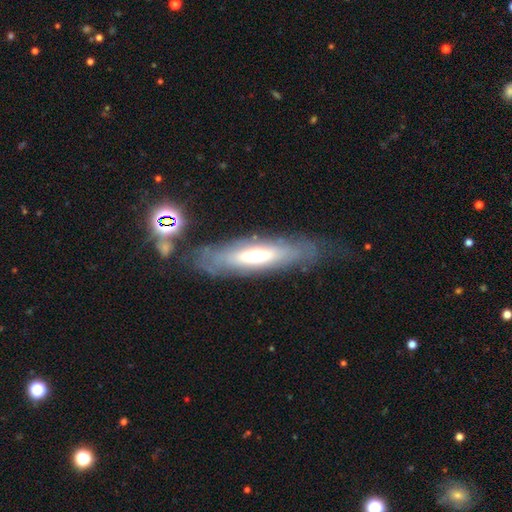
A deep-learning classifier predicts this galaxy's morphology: Smooth or featured? Predicted: featured or disk (p=0.58). Edge-on disk? Predicted: no (p=0.54). Merging? Predicted: none (p=0.71).